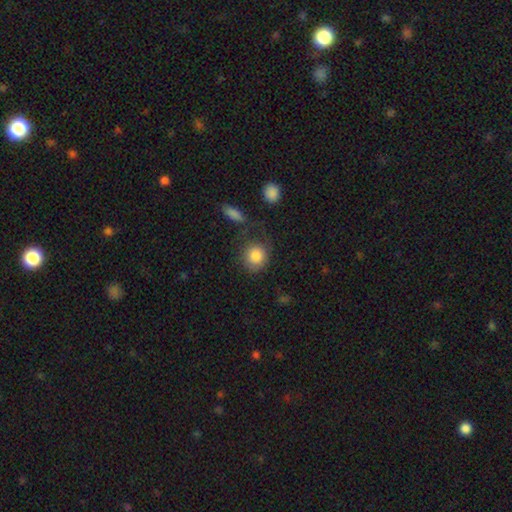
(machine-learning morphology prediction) smooth_or_featured: smooth (p=0.84) [alt: star or artifact p=0.08]
how_rounded: round (p=0.79) [alt: in between p=0.19]
merging: none (p=0.62) [alt: minor disturbance p=0.18]